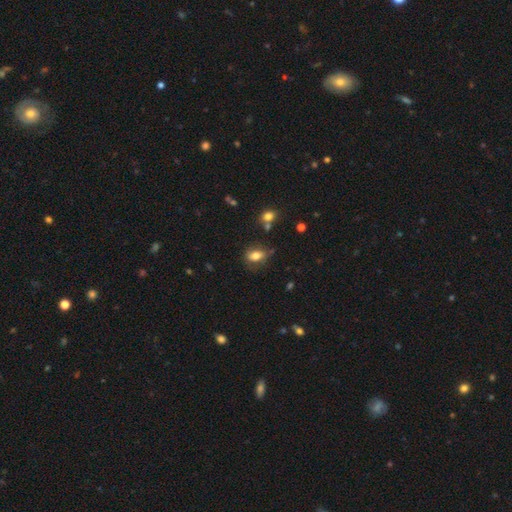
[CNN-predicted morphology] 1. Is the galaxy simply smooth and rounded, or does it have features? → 76% smooth, 14% featured or disk, 10% star or artifact.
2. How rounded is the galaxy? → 77% in between, 19% round, 4% cigar-shaped.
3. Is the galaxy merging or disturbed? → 66% none, 22% minor disturbance, 7% major disturbance, 4% merger.